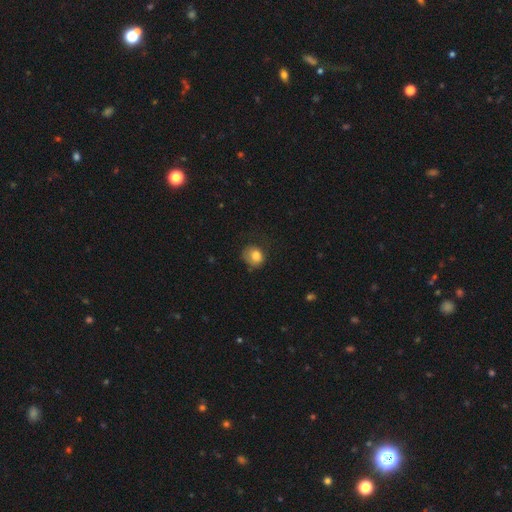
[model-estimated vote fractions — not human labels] A smooth galaxy with no disk features (79%) that is round (66%). Merging: none (49%).